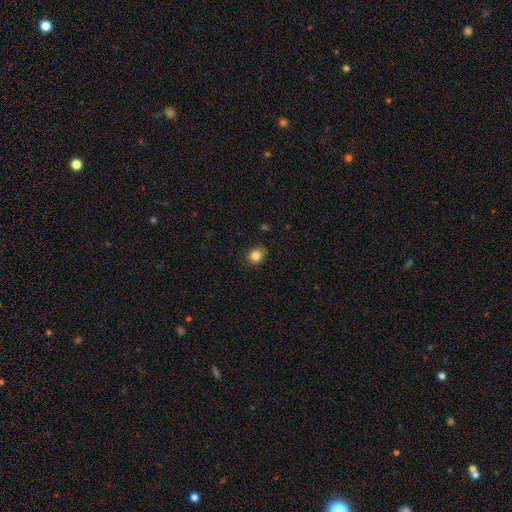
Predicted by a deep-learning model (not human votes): Morphology: type=smooth (84%); roundness=round (71%); merging=none (82%).